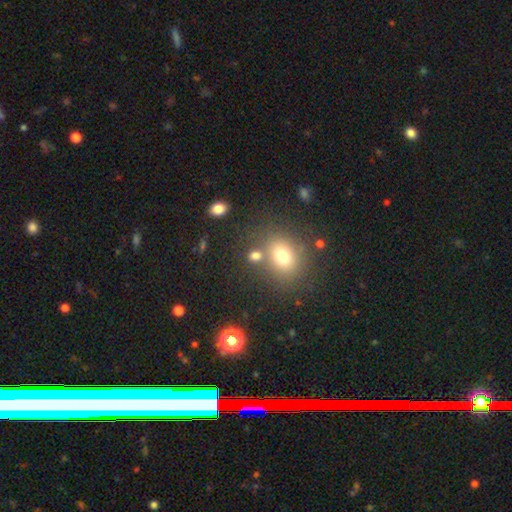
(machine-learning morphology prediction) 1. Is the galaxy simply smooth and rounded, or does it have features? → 73% smooth, 18% star or artifact, 10% featured or disk.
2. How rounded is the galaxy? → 60% round, 39% in between, 2% cigar-shaped.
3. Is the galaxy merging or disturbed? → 65% none, 20% merger, 11% minor disturbance, 5% major disturbance.